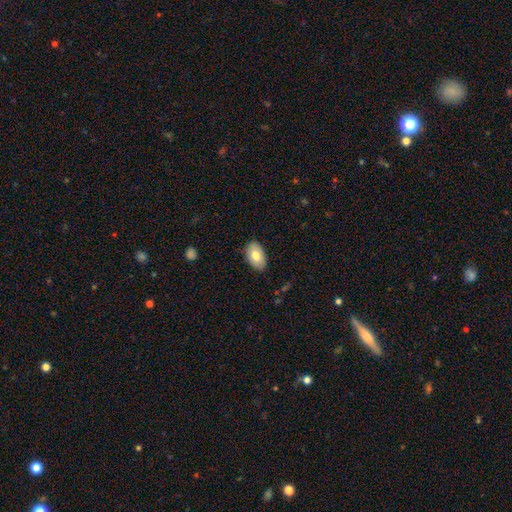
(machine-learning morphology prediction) Smooth or featured?
  - smooth: 75% *
  - featured or disk: 19%
  - star or artifact: 7%
How rounded?
  - in between: 92% *
  - round: 6%
  - cigar-shaped: 1%
Merging?
  - none: 85% *
  - minor disturbance: 12%
  - major disturbance: 2%
  - merger: 1%